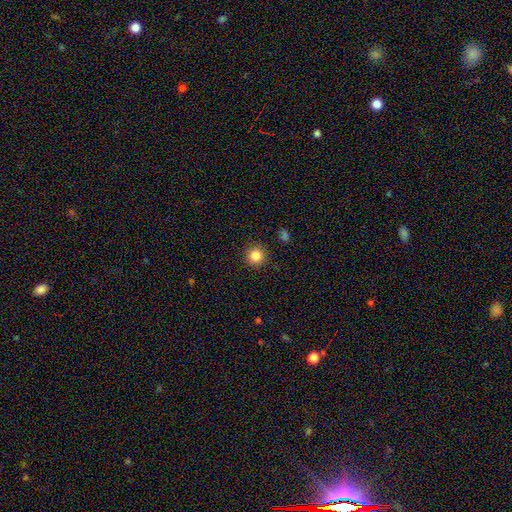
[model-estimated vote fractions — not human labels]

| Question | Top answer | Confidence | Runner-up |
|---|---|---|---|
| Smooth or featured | smooth | 85% | star or artifact (11%) |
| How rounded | round | 94% | in between (5%) |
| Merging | none | 91% | minor disturbance (6%) |